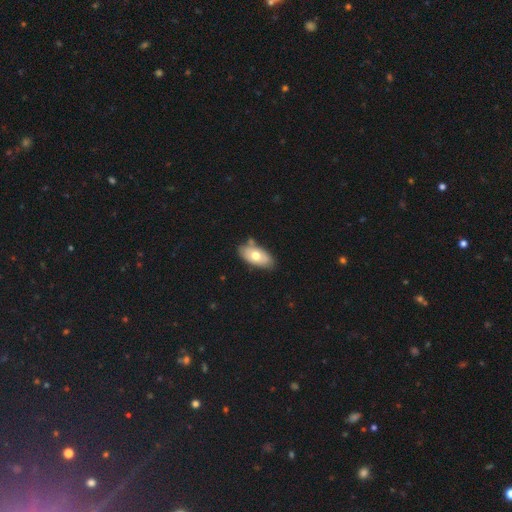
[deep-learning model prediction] smooth 62%, featured or disk 31%, star or artifact 7%. Down the decision tree: how rounded — in between (92%); merging — none (73%).